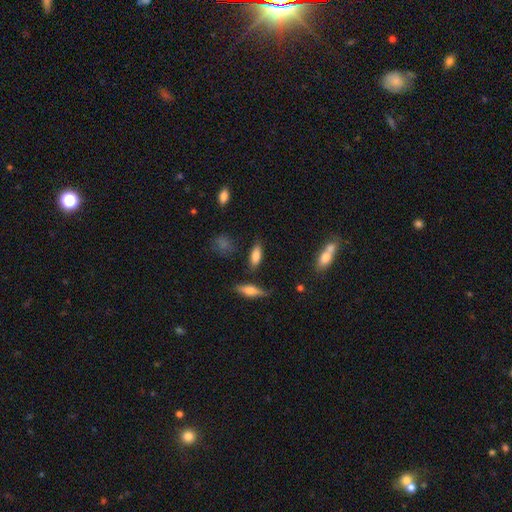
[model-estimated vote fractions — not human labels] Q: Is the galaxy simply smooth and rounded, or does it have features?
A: smooth — 78%.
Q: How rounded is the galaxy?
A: in between — 72%.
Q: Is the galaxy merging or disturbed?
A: none — 74%.